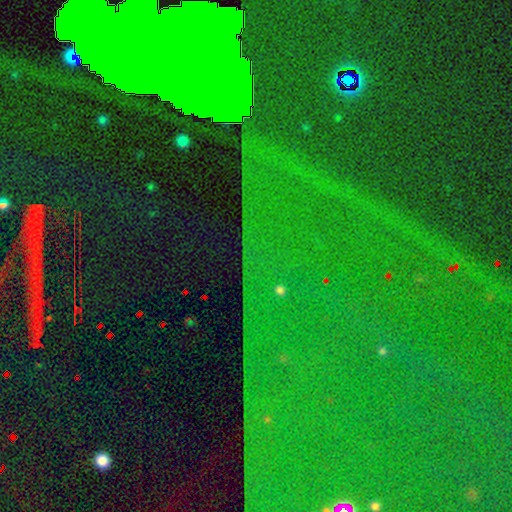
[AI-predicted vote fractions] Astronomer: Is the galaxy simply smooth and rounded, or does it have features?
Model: star or artifact — 85%.